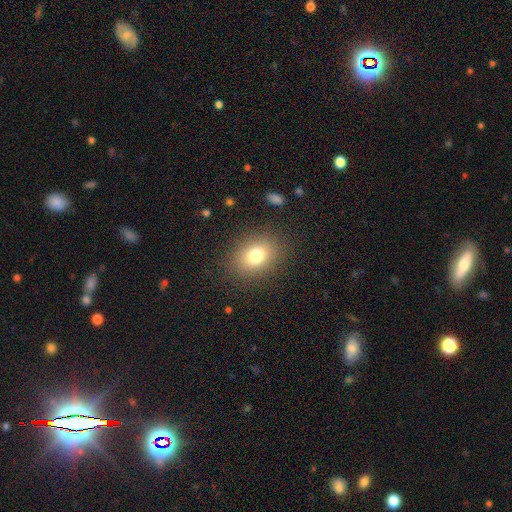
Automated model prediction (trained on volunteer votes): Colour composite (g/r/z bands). It shows a smooth galaxy with no disk features (76%) that is in between round and cigar-shaped (61%). Merging: none (85%).